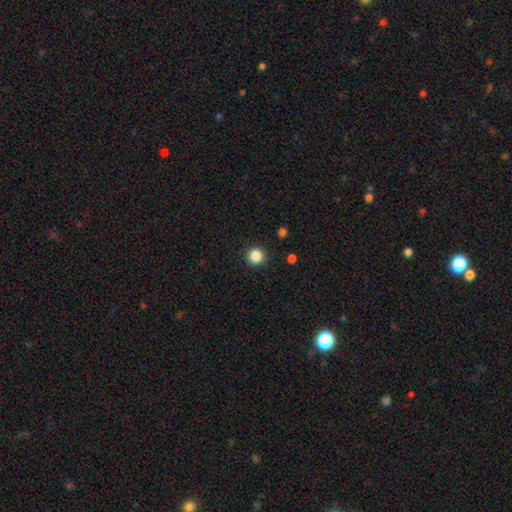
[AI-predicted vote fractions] smooth-or-featured: smooth: 86% | star or artifact: 11% | featured or disk: 3%
  how-rounded: round: 95% | in between: 4% | cigar-shaped: 1%
  merging: none: 91% | minor disturbance: 6% | major disturbance: 2% | merger: 1%